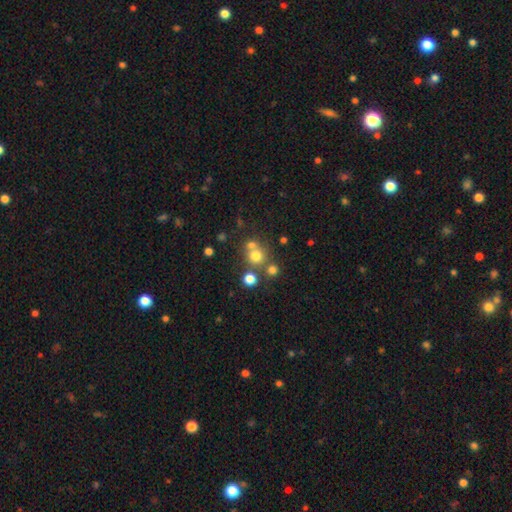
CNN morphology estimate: smooth 69%, star or artifact 19%, featured or disk 12%. Down the decision tree: how rounded — round (89%); merging — none (60%).